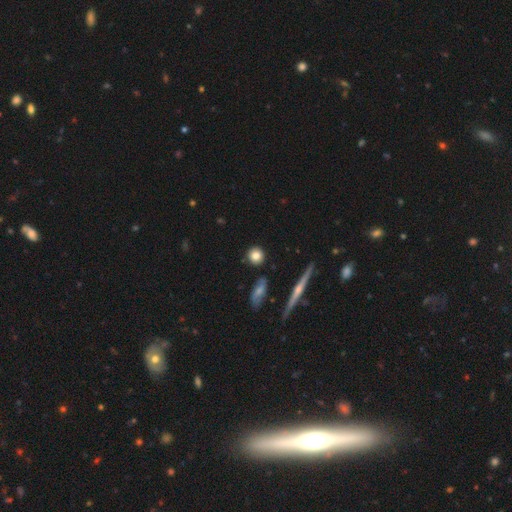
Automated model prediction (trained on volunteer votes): Smooth or featured?
  - smooth: 80% *
  - featured or disk: 12%
  - star or artifact: 9%
How rounded?
  - round: 82% *
  - in between: 14%
  - cigar-shaped: 4%
Merging?
  - none: 85% *
  - minor disturbance: 9%
  - merger: 3%
  - major disturbance: 2%